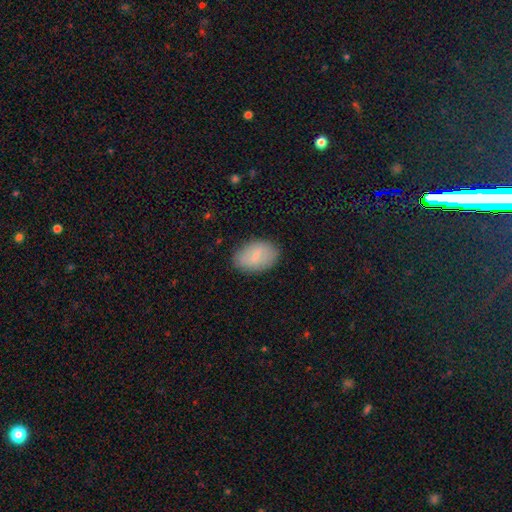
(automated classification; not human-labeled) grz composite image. It shows a smooth galaxy with no disk features (70%) that is in between round and cigar-shaped (89%). Merging: none (83%).